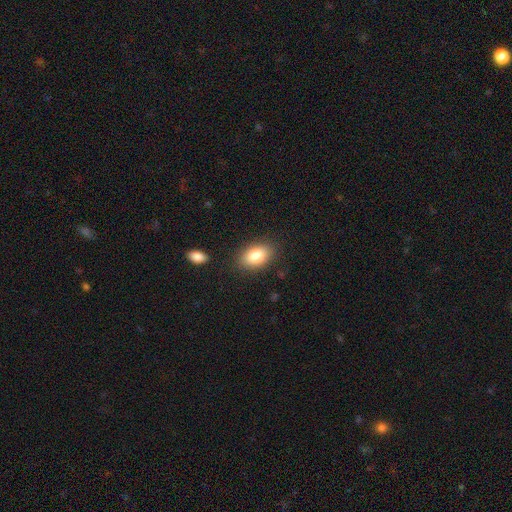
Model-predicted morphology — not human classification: A smooth galaxy with no disk features (83%) that is in between round and cigar-shaped (88%).

Vote fractions:
- Smooth or featured? smooth: 83% / featured or disk: 9% / star or artifact: 8%
- How rounded? in between: 88% / round: 11% / cigar-shaped: 2%
- Merging? none: 84% / minor disturbance: 10% / major disturbance: 3% / merger: 2%